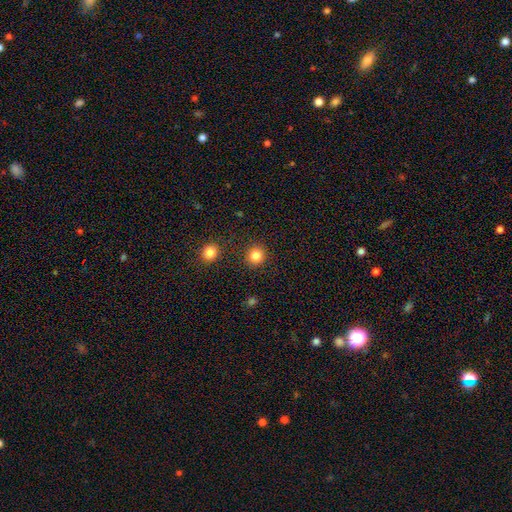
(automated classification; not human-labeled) A smooth galaxy with no disk features (84%) that is round (90%).

Vote fractions:
- Smooth or featured? smooth: 84% / star or artifact: 12% / featured or disk: 4%
- How rounded? round: 90% / in between: 9% / cigar-shaped: 1%
- Merging? none: 89% / minor disturbance: 6% / merger: 3% / major disturbance: 2%